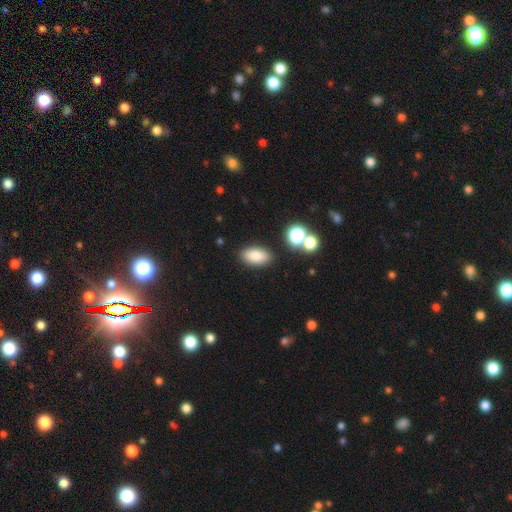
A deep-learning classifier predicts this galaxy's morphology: The model was most divided on "smooth or featured": smooth: 83%, star or artifact: 10%, featured or disk: 8%. More confident: how rounded — in between (90%); merging — none (86%).